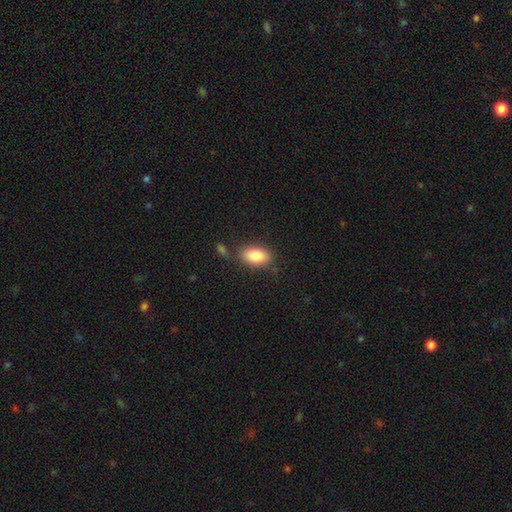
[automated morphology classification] Q: Smooth or featured?
A: smooth (84%); runner-up: featured or disk (9%)
Q: How rounded?
A: in between (90%); runner-up: round (7%)
Q: Merging?
A: none (74%); runner-up: minor disturbance (14%)